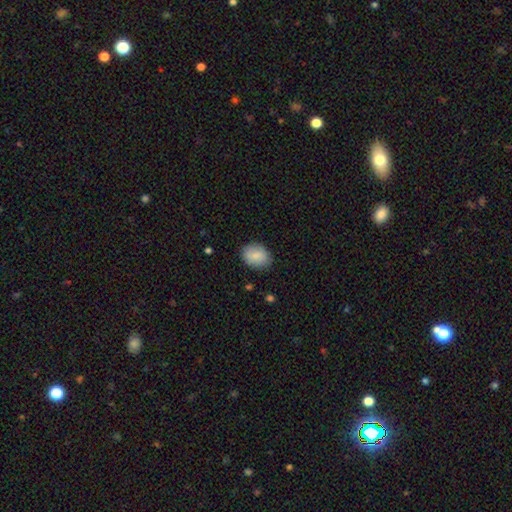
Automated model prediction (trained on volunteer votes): smooth-or-featured: smooth: 86% | featured or disk: 7% | star or artifact: 7%
  how-rounded: in between: 61% | round: 38% | cigar-shaped: 1%
  merging: none: 85% | minor disturbance: 11% | major disturbance: 3% | merger: 1%